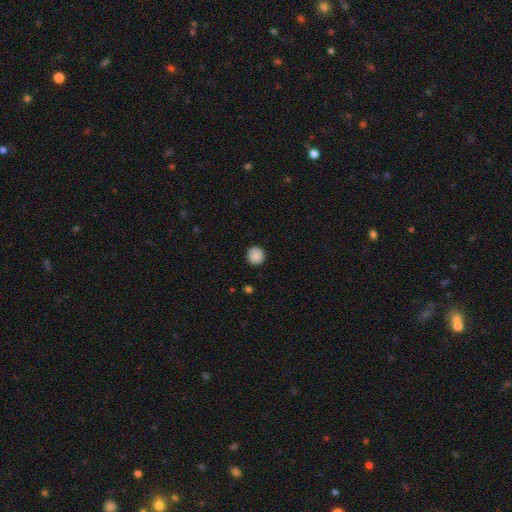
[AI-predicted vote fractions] Smooth or featured? smooth (88%)
How rounded? round (94%)
Merging? none (88%)